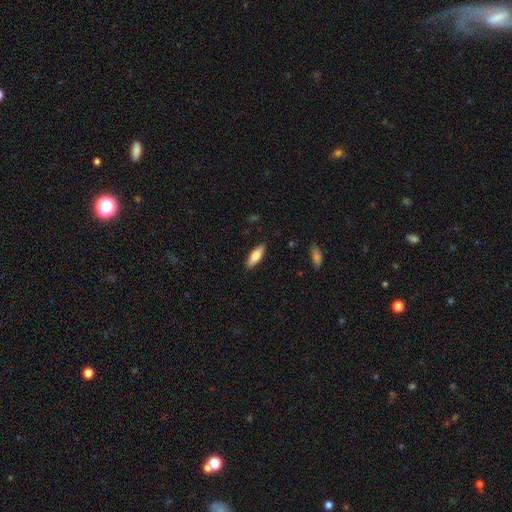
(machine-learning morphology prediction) This appears to be a smooth galaxy with no disk features (74%) that is in between round and cigar-shaped (61%). Merging: none (89%).